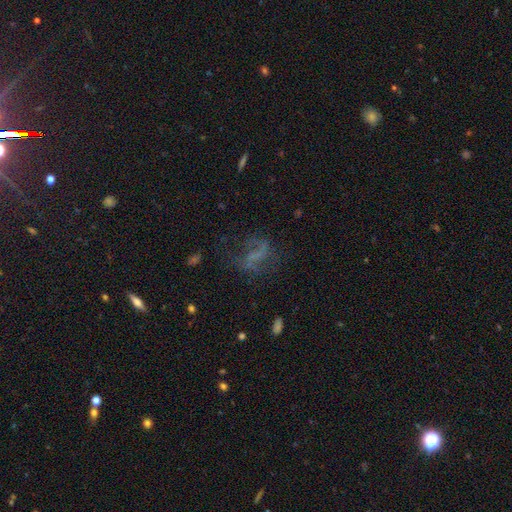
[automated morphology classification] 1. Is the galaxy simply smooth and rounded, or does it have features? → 49% featured or disk, 28% smooth, 22% star or artifact.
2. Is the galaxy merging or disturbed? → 52% none, 27% major disturbance, 18% minor disturbance, 3% merger.